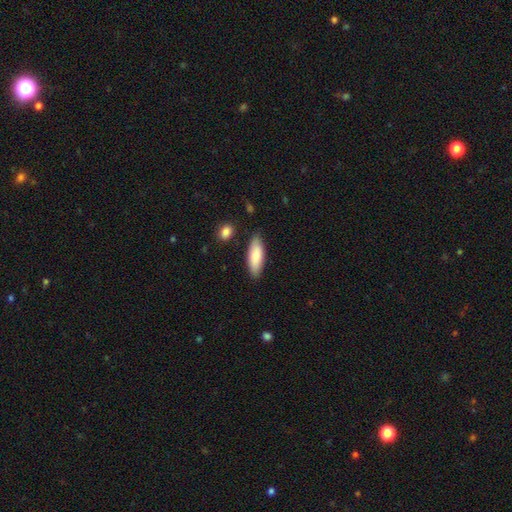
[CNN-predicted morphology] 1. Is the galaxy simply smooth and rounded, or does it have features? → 80% smooth, 14% featured or disk, 6% star or artifact.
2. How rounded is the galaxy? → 65% in between, 34% cigar-shaped, 2% round.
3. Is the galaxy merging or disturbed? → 82% none, 13% minor disturbance, 2% major disturbance, 2% merger.